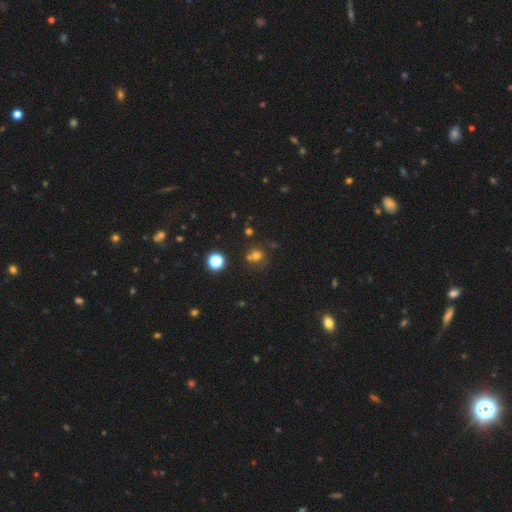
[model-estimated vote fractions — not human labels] Smooth or featured? Predicted: smooth (p=0.65). How rounded? Predicted: round (p=0.75). Merging? Predicted: none (p=0.51).